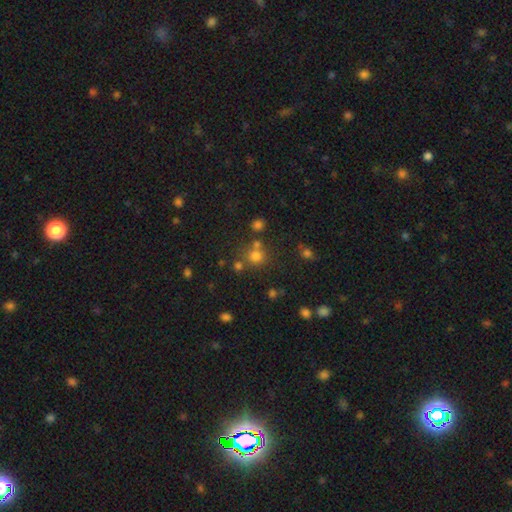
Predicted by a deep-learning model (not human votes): smooth-or-featured: smooth: 71% | star or artifact: 21% | featured or disk: 8%
  how-rounded: round: 88% | in between: 11% | cigar-shaped: 1%
  merging: none: 67% | merger: 20% | minor disturbance: 9% | major disturbance: 4%